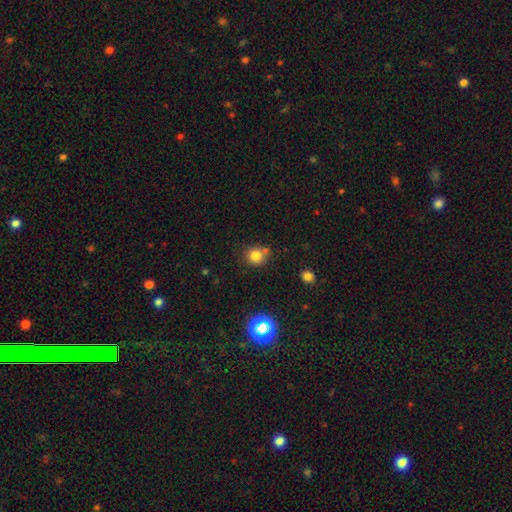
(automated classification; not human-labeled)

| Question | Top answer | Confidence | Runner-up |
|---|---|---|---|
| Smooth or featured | smooth | 80% | star or artifact (14%) |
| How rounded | round | 90% | in between (9%) |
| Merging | none | 69% | merger (15%) |